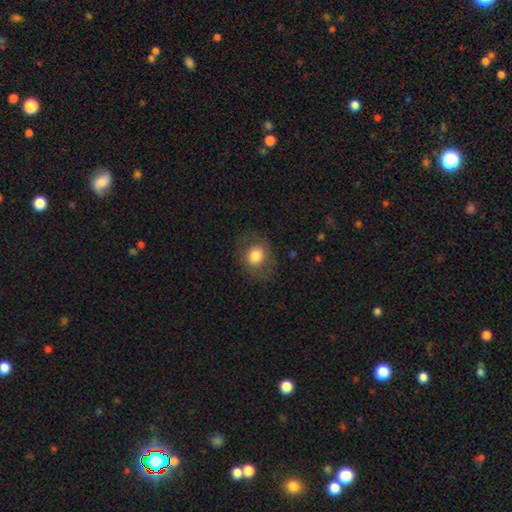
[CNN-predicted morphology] A smooth galaxy with no disk features (76%) that is round (62%).

Vote fractions:
- Smooth or featured? smooth: 76% / featured or disk: 16% / star or artifact: 9%
- How rounded? round: 62% / in between: 37% / cigar-shaped: 1%
- Merging? none: 77% / minor disturbance: 14% / major disturbance: 8% / merger: 1%